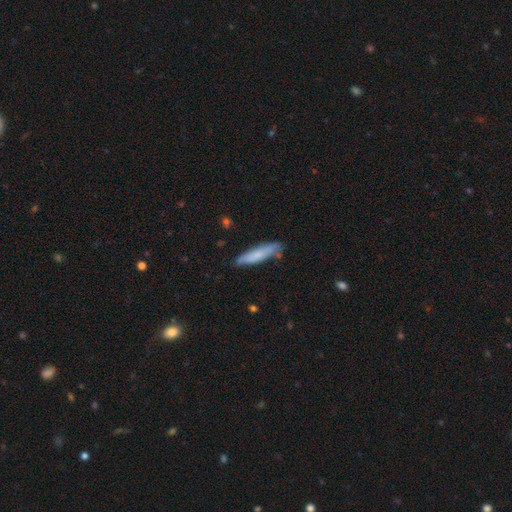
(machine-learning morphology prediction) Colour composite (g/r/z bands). It shows a smooth galaxy with no disk features (73%) that is cigar-shaped (79%). Merging: none (74%).